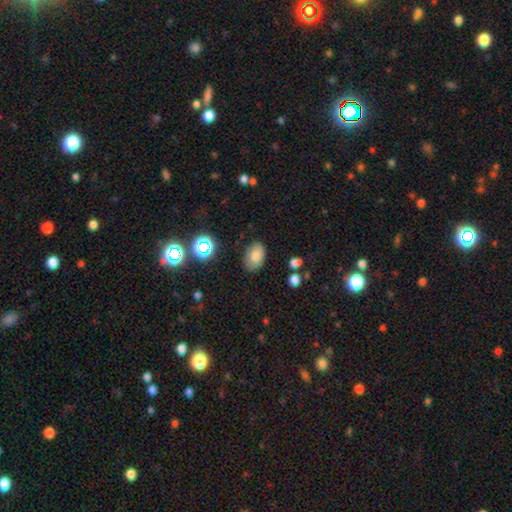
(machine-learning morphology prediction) Smooth or featured? smooth (78%)
How rounded? in between (87%)
Merging? none (78%)